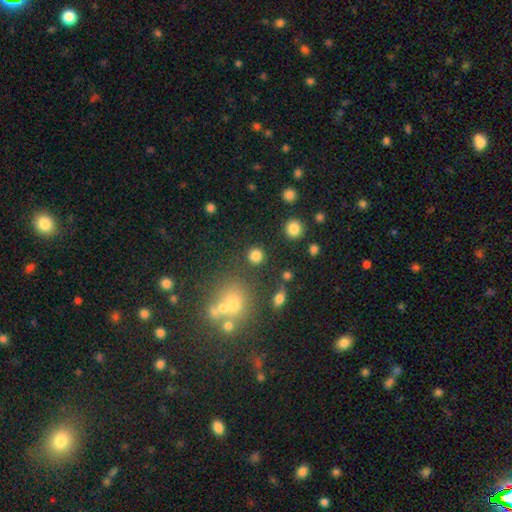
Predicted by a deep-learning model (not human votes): The model was most divided on "smooth or featured": smooth: 82%, star or artifact: 13%, featured or disk: 5%. More confident: how rounded — round (90%); merging — none (86%).